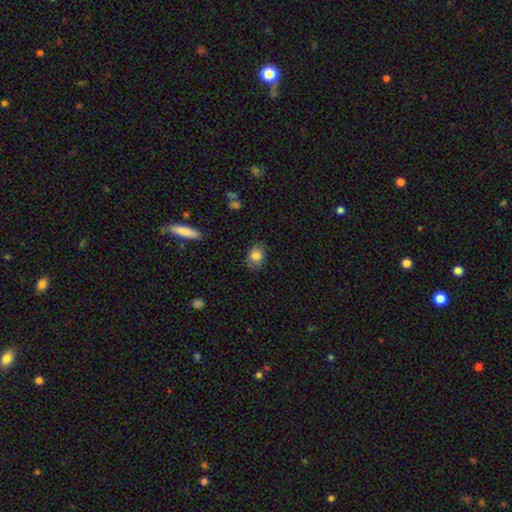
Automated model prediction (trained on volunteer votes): Q: Smooth or featured?
A: smooth (79%); runner-up: featured or disk (13%)
Q: How rounded?
A: in between (63%); runner-up: round (36%)
Q: Merging?
A: none (75%); runner-up: minor disturbance (19%)